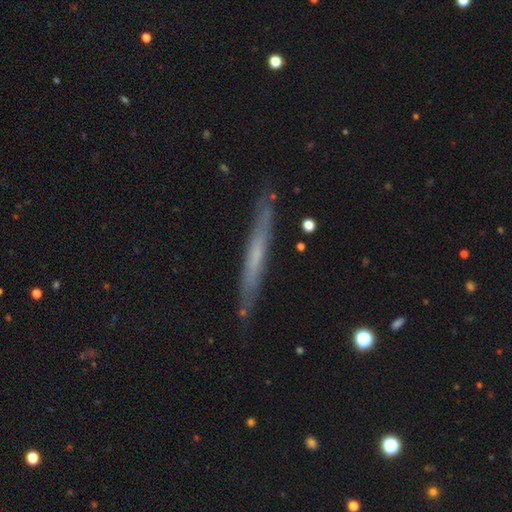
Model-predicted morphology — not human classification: Q: Smooth or featured?
A: featured or disk (51%); runner-up: smooth (42%)
Q: Edge-on disk?
A: yes (92%); runner-up: no (8%)
Q: Merging?
A: none (86%); runner-up: minor disturbance (11%)